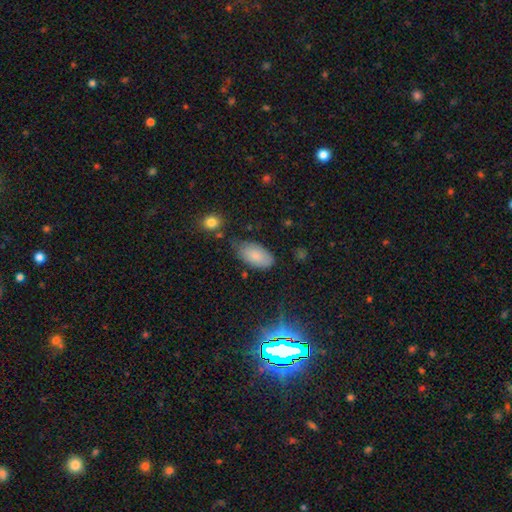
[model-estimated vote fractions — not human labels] smooth_or_featured: smooth (p=0.82) [alt: featured or disk p=0.10]
how_rounded: in between (p=0.95) [alt: round p=0.03]
merging: none (p=0.66) [alt: minor disturbance p=0.25]